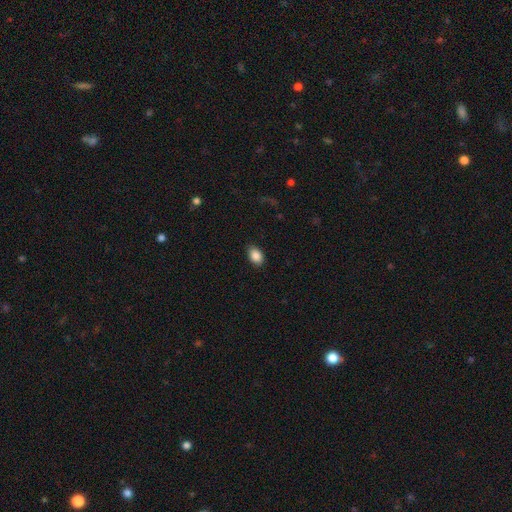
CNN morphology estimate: Smooth or featured? smooth (88%)
How rounded? in between (83%)
Merging? none (87%)